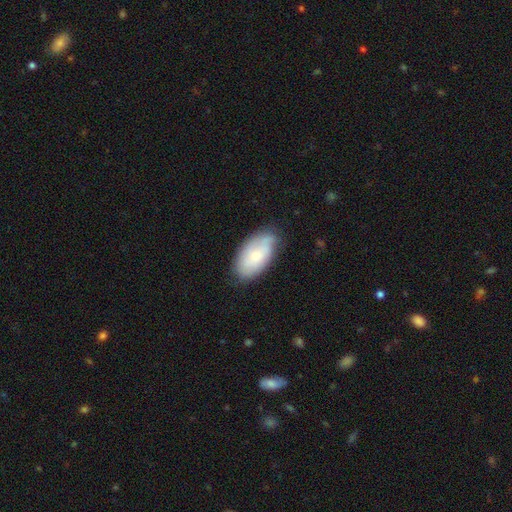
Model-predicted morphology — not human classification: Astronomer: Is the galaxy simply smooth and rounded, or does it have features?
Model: smooth — 64%.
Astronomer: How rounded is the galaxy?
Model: in between — 94%.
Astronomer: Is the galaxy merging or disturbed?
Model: none — 71%.